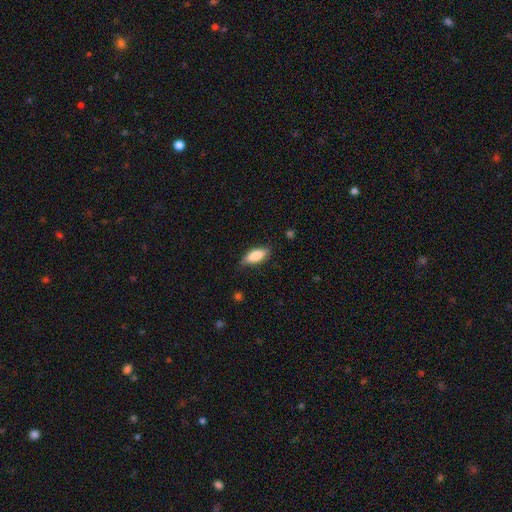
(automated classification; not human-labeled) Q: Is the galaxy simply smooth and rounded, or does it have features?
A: smooth — 82%.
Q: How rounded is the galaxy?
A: in between — 79%.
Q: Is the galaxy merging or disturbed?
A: none — 77%.